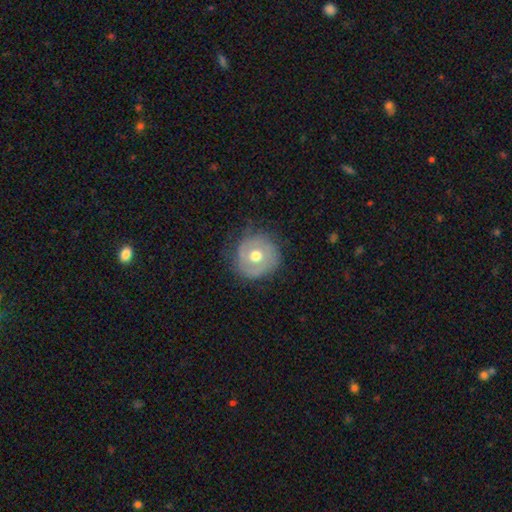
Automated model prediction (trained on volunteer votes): A smooth galaxy with no disk features (46%, tied with featured or disk).

Vote fractions:
- Smooth or featured? smooth: 46% (tied) / featured or disk: 46% (tied) / star or artifact: 8%
- Merging? none: 75% / minor disturbance: 18% / major disturbance: 6% / merger: 1%